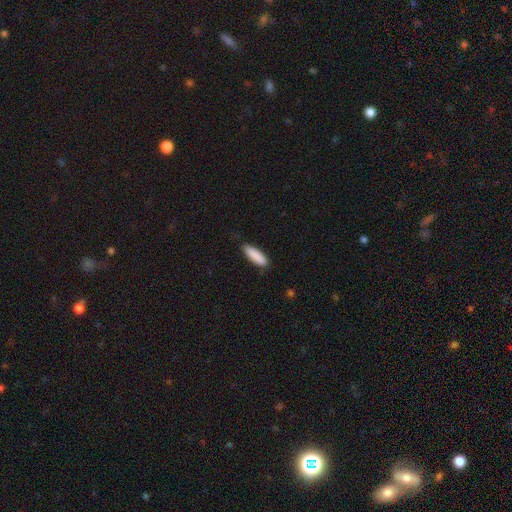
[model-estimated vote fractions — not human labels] The model was most divided on "how rounded": cigar-shaped: 55%, in between: 44%, round: 1%. More confident: smooth or featured — smooth (89%); merging — none (82%).